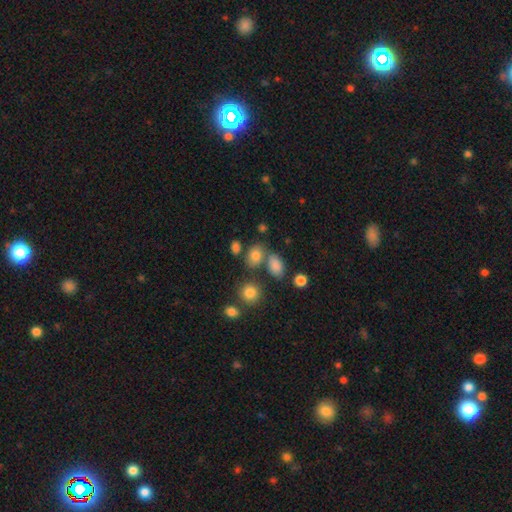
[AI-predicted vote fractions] Smooth or featured: smooth — 80% (star or artifact — 12%)
How rounded: in between — 70% (round — 29%)
Merging: none — 61% (merger — 20%)